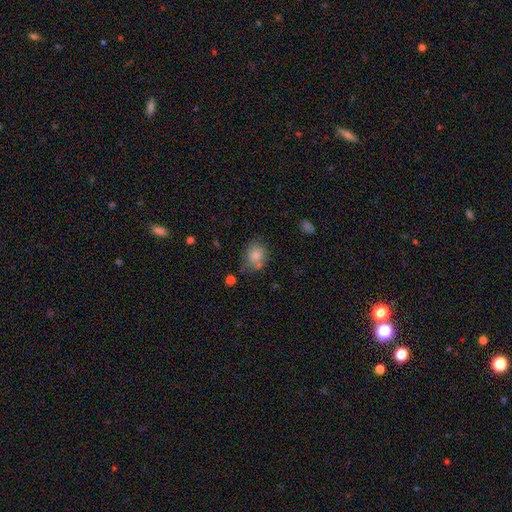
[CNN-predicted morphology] This appears to be a smooth galaxy with no disk features (82%) that is round (65%). Merging: none (65%).